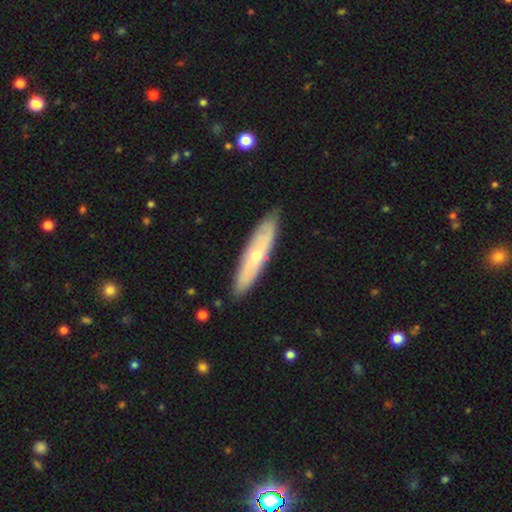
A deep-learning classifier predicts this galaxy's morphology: This appears to be a featured or disk galaxy (47%, tied with smooth). Merging: none (86%).